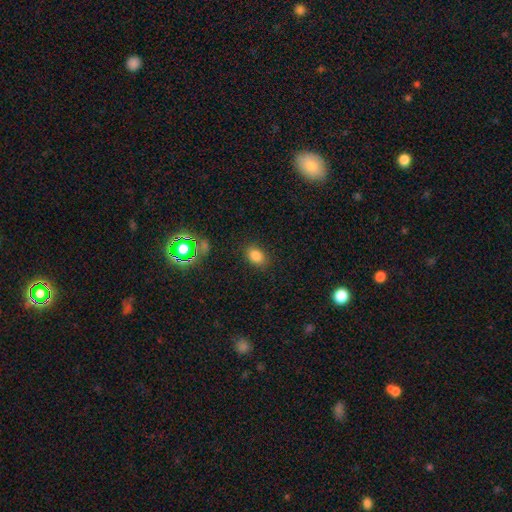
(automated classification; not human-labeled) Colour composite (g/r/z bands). It shows a smooth galaxy with no disk features (79%) that is in between round and cigar-shaped (76%). Merging: none (85%).